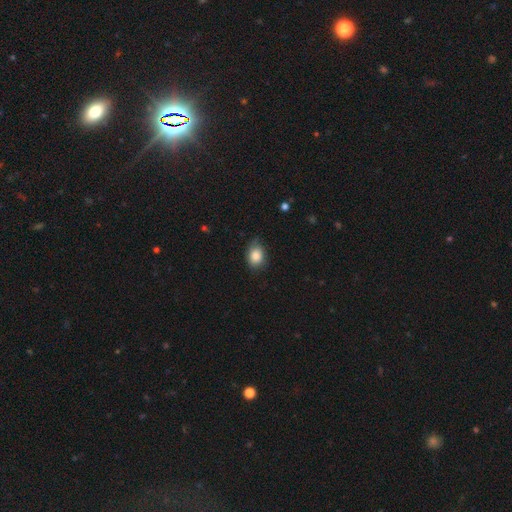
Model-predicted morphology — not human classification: Smooth or featured: smooth — 84% (featured or disk — 8%)
How rounded: in between — 67% (round — 32%)
Merging: none — 64% (minor disturbance — 29%)